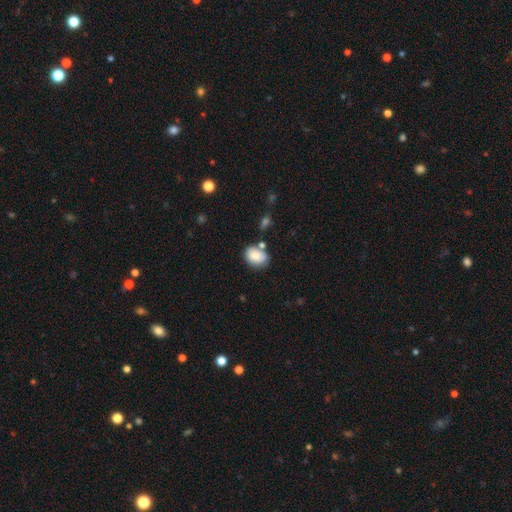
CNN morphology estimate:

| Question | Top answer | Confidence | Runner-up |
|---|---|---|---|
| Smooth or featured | smooth | 81% | featured or disk (11%) |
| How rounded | in between | 74% | round (24%) |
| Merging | none | 59% | minor disturbance (21%) |